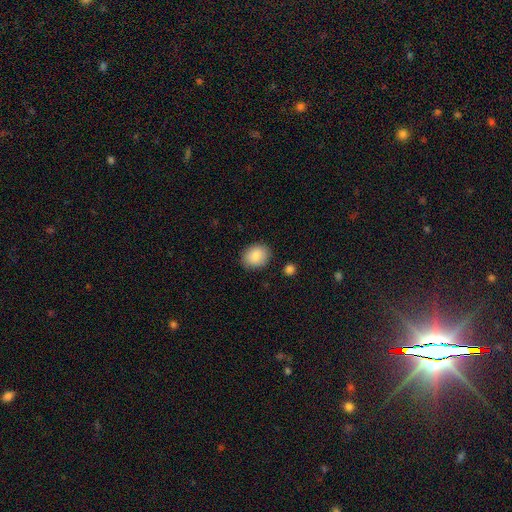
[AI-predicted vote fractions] smooth_or_featured: smooth (p=0.86) [alt: star or artifact p=0.07]
how_rounded: in between (p=0.50) [alt: round p=0.49]
merging: none (p=0.85) [alt: minor disturbance p=0.10]